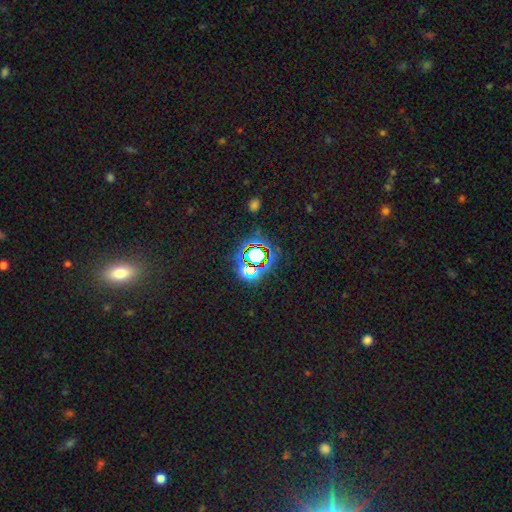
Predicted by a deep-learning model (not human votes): smooth_or_featured: star or artifact (p=0.72) [alt: smooth p=0.17]